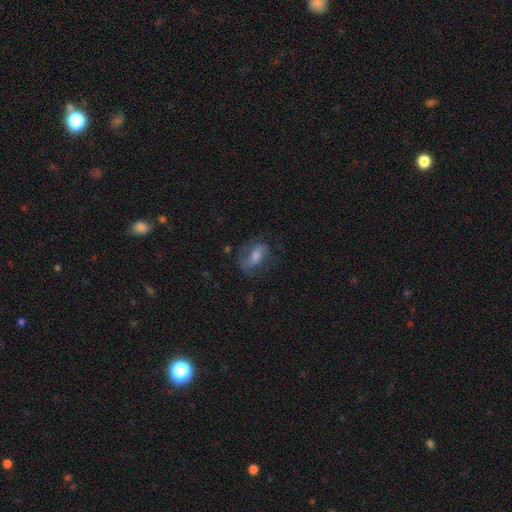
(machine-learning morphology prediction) featured or disk 48%, smooth 43%, star or artifact 9%. Down the decision tree: merging — none (56%).